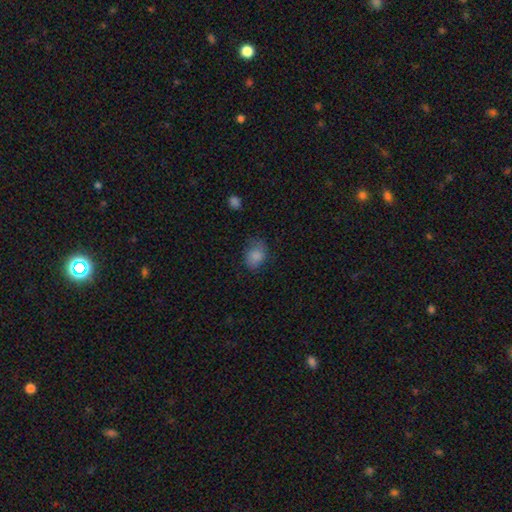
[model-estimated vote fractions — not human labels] The model was most divided on "how rounded": in between: 56%, round: 43%, cigar-shaped: 1%. More confident: smooth or featured — smooth (81%); merging — none (56%).